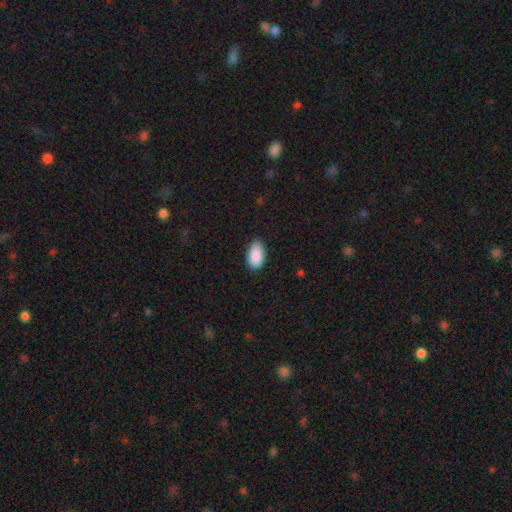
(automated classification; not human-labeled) smooth 90%, star or artifact 6%, featured or disk 3%. Down the decision tree: how rounded — in between (95%); merging — none (83%).